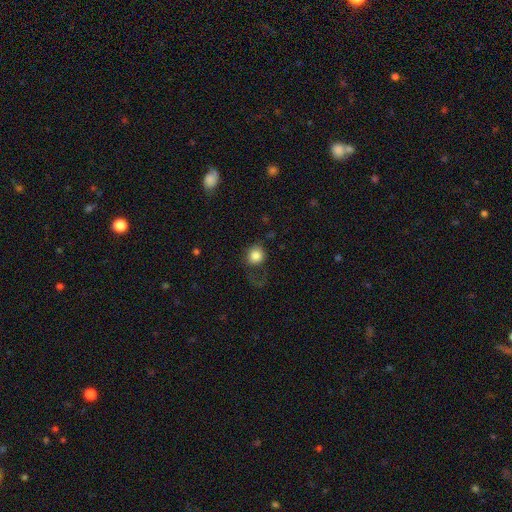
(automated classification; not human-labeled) Smooth or featured? Predicted: smooth (p=0.82). How rounded? Predicted: round (p=0.80). Merging? Predicted: none (p=0.53).